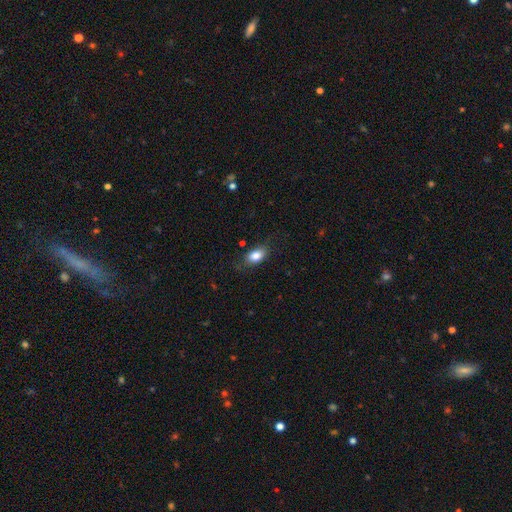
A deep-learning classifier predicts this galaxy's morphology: Smooth or featured? smooth (84%)
How rounded? in between (86%)
Merging? none (73%)